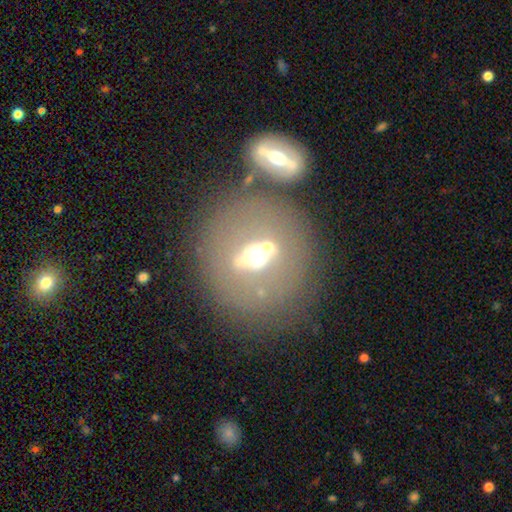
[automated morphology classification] The model was most divided on "smooth or featured" (2-way tie): featured or disk: 39%, smooth: 39%, star or artifact: 22%. More confident: merging — none (67%).